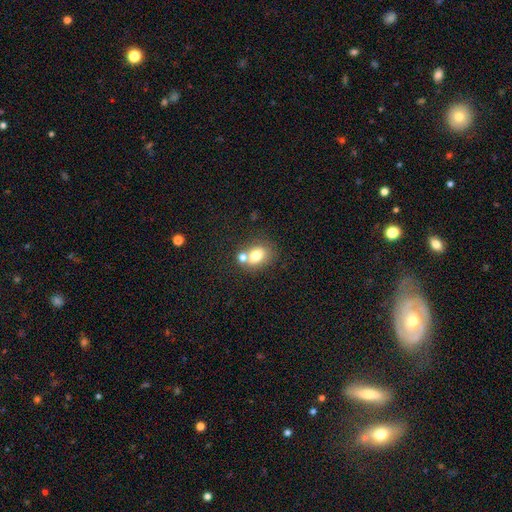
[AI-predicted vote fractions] Q: Smooth or featured?
A: smooth (74%); runner-up: featured or disk (15%)
Q: How rounded?
A: in between (59%); runner-up: round (39%)
Q: Merging?
A: none (49%); runner-up: merger (35%)